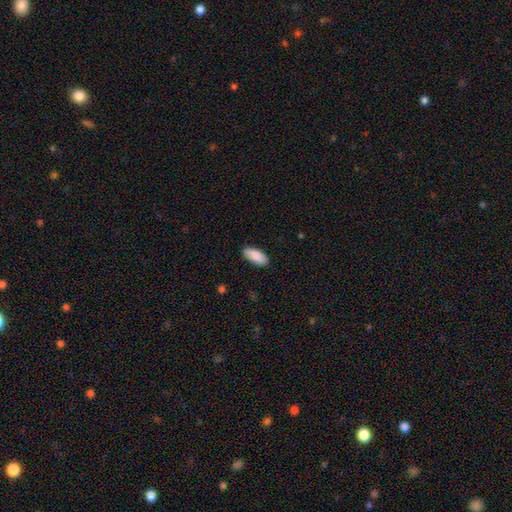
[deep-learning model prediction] Smooth or featured? smooth (90%)
How rounded? in between (87%)
Merging? none (87%)